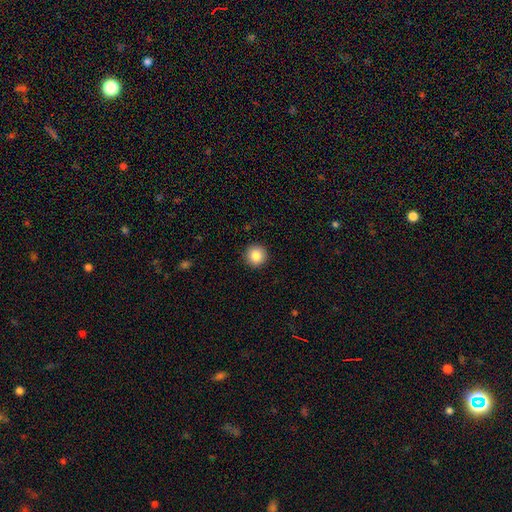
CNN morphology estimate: smooth-or-featured: smooth: 86% | star or artifact: 9% | featured or disk: 5%
  how-rounded: round: 95% | in between: 4% | cigar-shaped: 1%
  merging: none: 92% | minor disturbance: 5% | major disturbance: 2% | merger: 1%